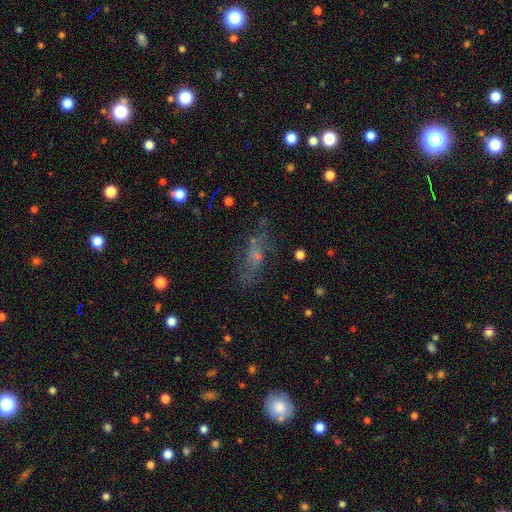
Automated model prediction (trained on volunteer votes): The model was most divided on "smooth or featured": featured or disk: 41%, smooth: 32%, star or artifact: 28%. More confident: merging — none (71%).